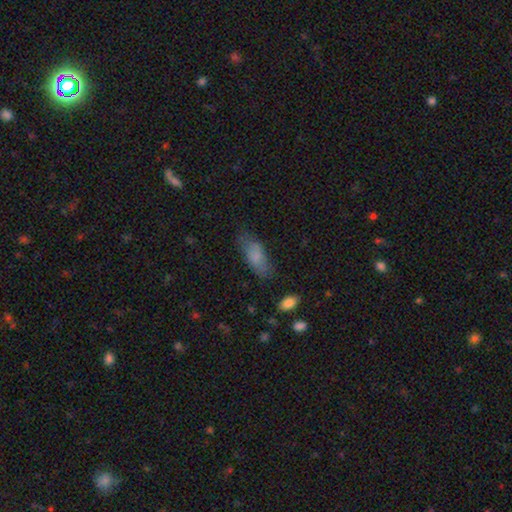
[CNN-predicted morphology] smooth 78%, featured or disk 14%, star or artifact 8%. Down the decision tree: how rounded — in between (77%); merging — none (65%).